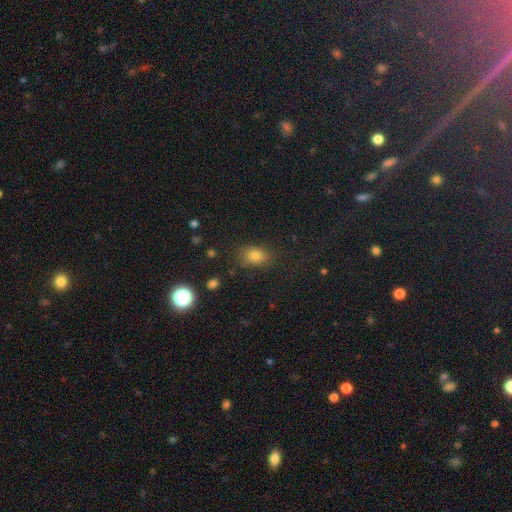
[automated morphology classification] smooth_or_featured: smooth (p=0.78) [alt: star or artifact p=0.14]
how_rounded: in between (p=0.76) [alt: round p=0.23]
merging: none (p=0.78) [alt: minor disturbance p=0.15]